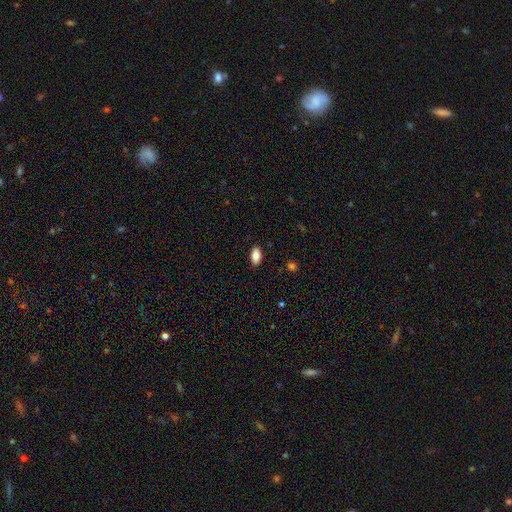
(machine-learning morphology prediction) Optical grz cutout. It shows a smooth galaxy with no disk features (86%) that is in between round and cigar-shaped (92%). Merging: none (87%).